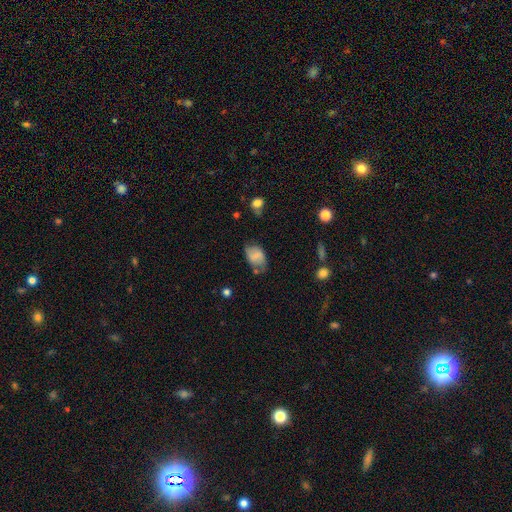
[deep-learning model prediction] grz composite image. It shows a smooth galaxy with no disk features (65%) that is in between round and cigar-shaped (82%). Merging: none (54%).